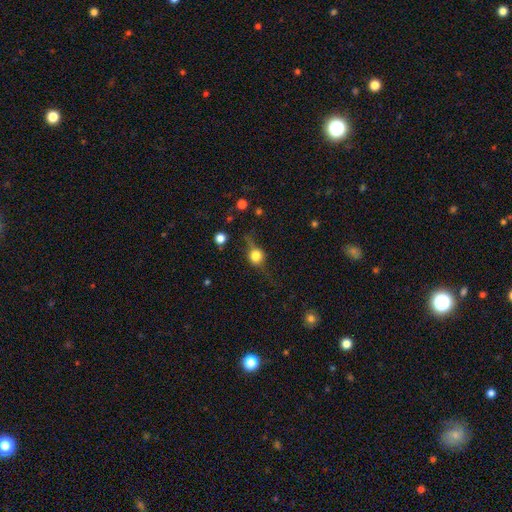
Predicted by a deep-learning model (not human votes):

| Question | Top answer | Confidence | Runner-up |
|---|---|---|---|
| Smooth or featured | smooth | 60% | featured or disk (28%) |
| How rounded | round | 77% | in between (20%) |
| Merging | none | 59% | minor disturbance (24%) |